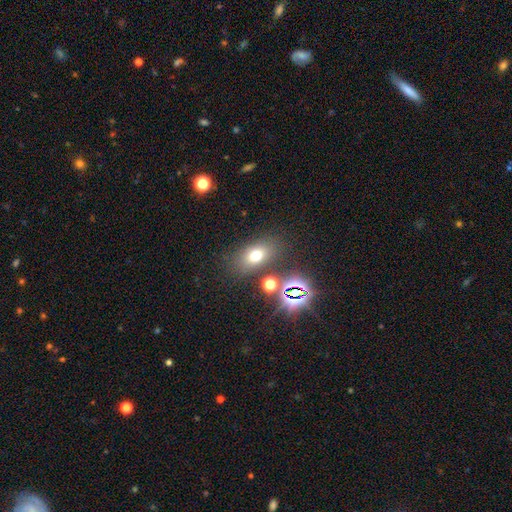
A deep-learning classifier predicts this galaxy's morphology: smooth_or_featured: smooth (p=0.65) [alt: star or artifact p=0.21]
how_rounded: in between (p=0.78) [alt: round p=0.18]
merging: none (p=0.76) [alt: minor disturbance p=0.12]